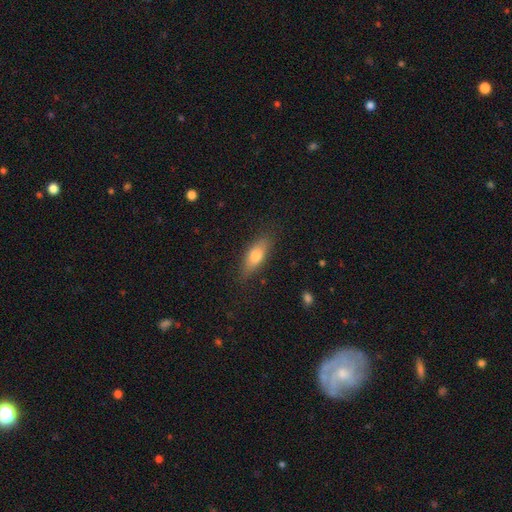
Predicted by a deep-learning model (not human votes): A smooth galaxy with no disk features (73%) that is in between round and cigar-shaped (69%).

Vote fractions:
- Smooth or featured? smooth: 73% / featured or disk: 21% / star or artifact: 7%
- How rounded? in between: 69% / cigar-shaped: 28% / round: 3%
- Merging? none: 82% / minor disturbance: 13% / major disturbance: 3% / merger: 1%